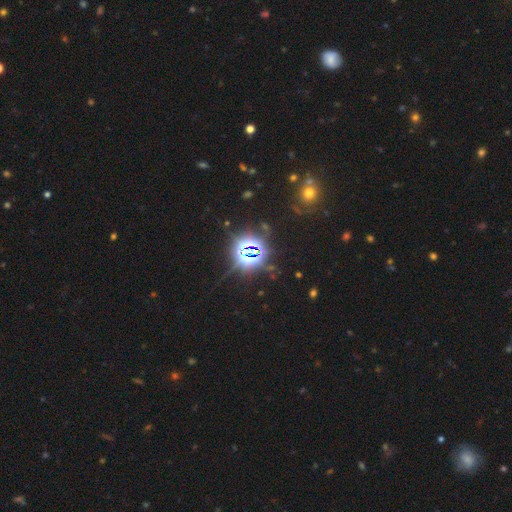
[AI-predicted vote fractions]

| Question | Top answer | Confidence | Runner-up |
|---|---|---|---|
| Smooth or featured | star or artifact | 80% | smooth (11%) |